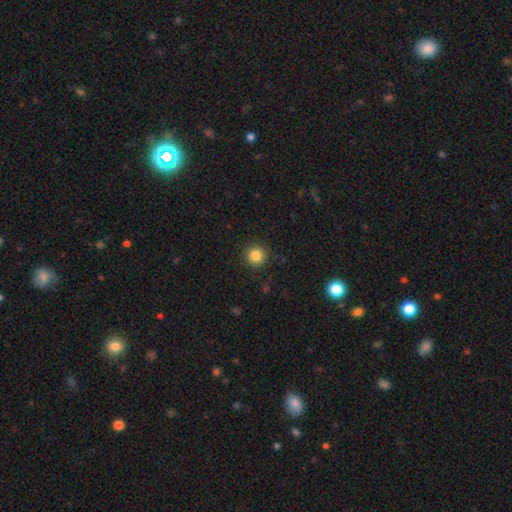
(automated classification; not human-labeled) Smooth or featured?
  - smooth: 84% *
  - star or artifact: 11%
  - featured or disk: 5%
How rounded?
  - round: 95% *
  - in between: 4%
  - cigar-shaped: 1%
Merging?
  - none: 90% *
  - minor disturbance: 6%
  - major disturbance: 2%
  - merger: 1%